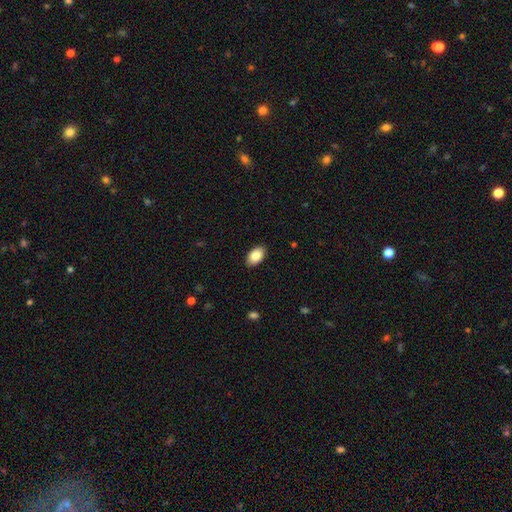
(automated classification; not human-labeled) Smooth or featured: smooth — 87% (star or artifact — 7%)
How rounded: in between — 93% (round — 6%)
Merging: none — 89% (minor disturbance — 8%)